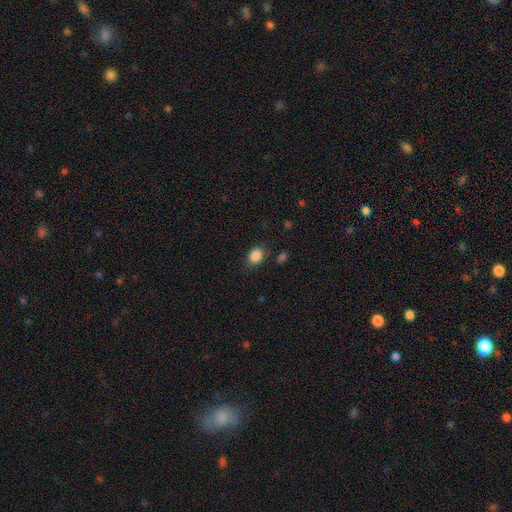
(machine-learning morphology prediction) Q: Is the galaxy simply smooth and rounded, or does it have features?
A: smooth — 87%.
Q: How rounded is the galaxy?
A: in between — 66%.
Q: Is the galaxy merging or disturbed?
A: none — 79%.